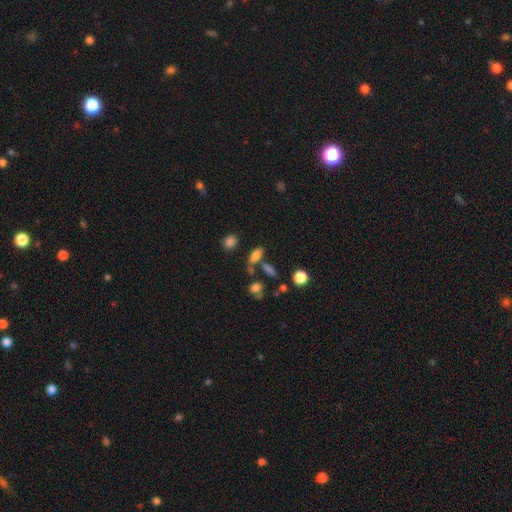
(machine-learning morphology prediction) smooth_or_featured: smooth (p=0.76) [alt: featured or disk p=0.13]
how_rounded: in between (p=0.75) [alt: cigar-shaped p=0.17]
merging: none (p=0.60) [alt: merger p=0.20]